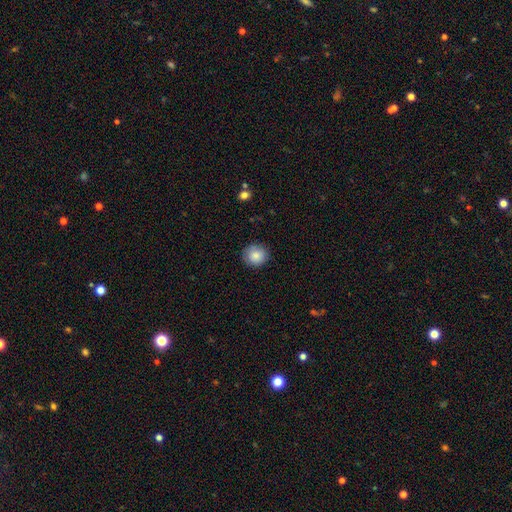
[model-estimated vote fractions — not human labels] This appears to be a smooth galaxy with no disk features (85%) that is round (88%). Merging: none (86%).